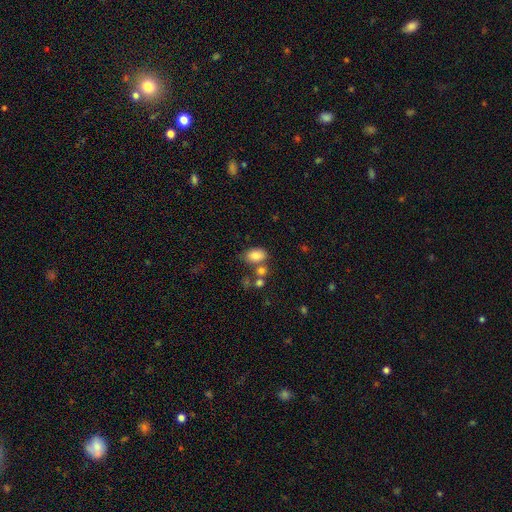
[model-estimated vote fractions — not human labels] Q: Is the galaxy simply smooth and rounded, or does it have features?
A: smooth — 82%.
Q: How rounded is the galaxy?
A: in between — 86%.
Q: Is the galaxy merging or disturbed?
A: none — 57%.